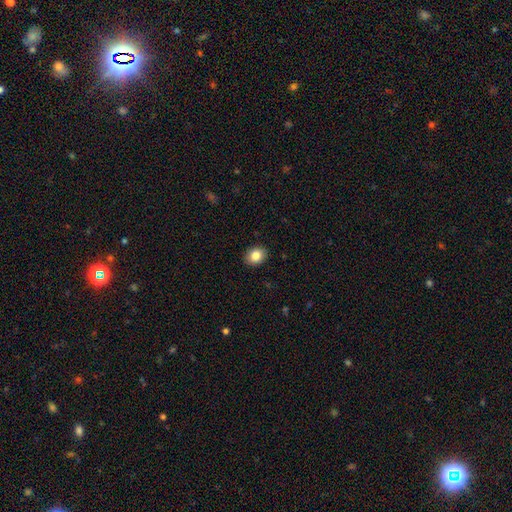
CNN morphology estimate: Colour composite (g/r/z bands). It shows a smooth galaxy with no disk features (85%) that is in between round and cigar-shaped (51%). Merging: none (90%).